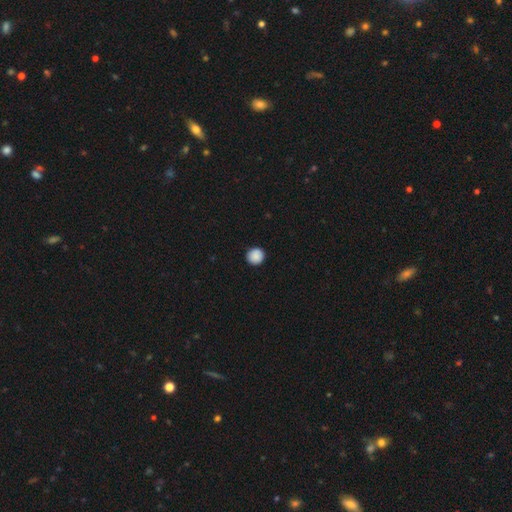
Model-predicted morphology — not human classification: type=smooth (88%); roundness=round (94%); merging=none (91%).